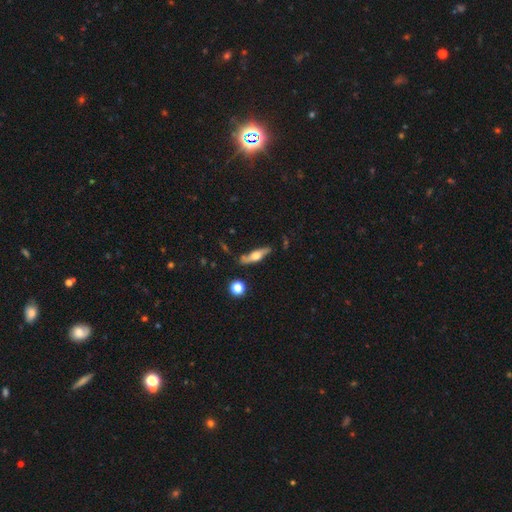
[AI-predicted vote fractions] A featured or disk galaxy (58%) viewed edge-on (83%).

Vote fractions:
- Smooth or featured? featured or disk: 58% / smooth: 36% / star or artifact: 6%
- Edge-on disk? yes: 83% / no: 17%
- Merging? none: 74% / minor disturbance: 17% / merger: 4% / major disturbance: 4%